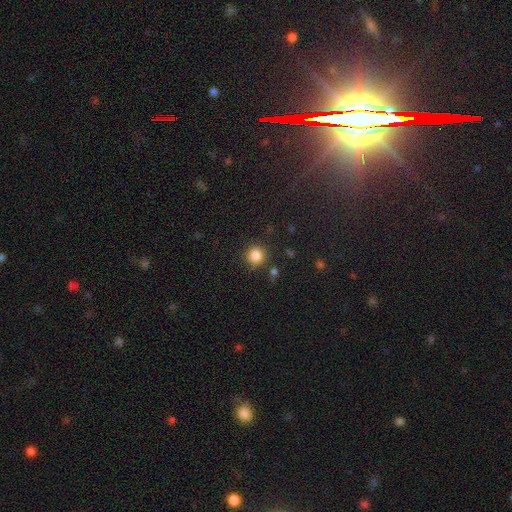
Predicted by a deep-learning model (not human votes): Smooth or featured? smooth (85%)
How rounded? round (93%)
Merging? none (87%)